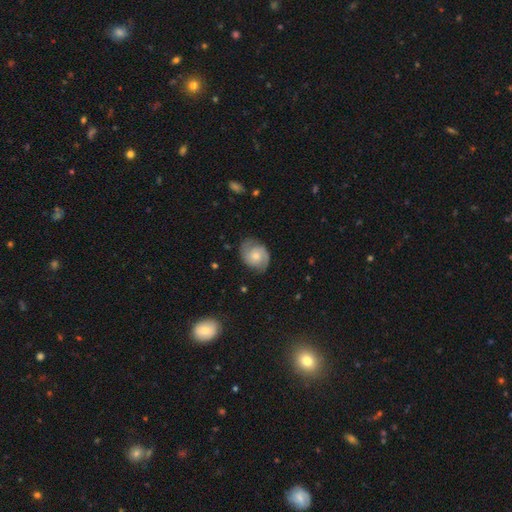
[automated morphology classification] Overall: featured or disk (71%). Edge-on disk: no (98%). Bar: no (70%). Spiral arms: yes (93%). Spiral arm count: 2 (87%). Spiral winding: medium (47%; tight 36%). Bulge size: moderate (47%; small 43%). Merging: none (74%).